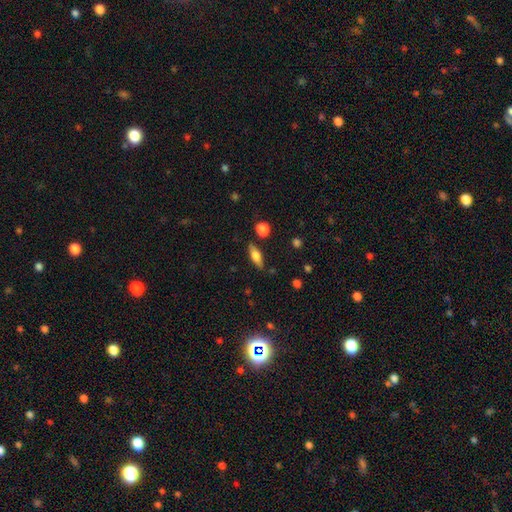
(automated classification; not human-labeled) This is possibly a smooth galaxy (58%). How rounded: likely in between (61%). Merging: clearly none (82%).